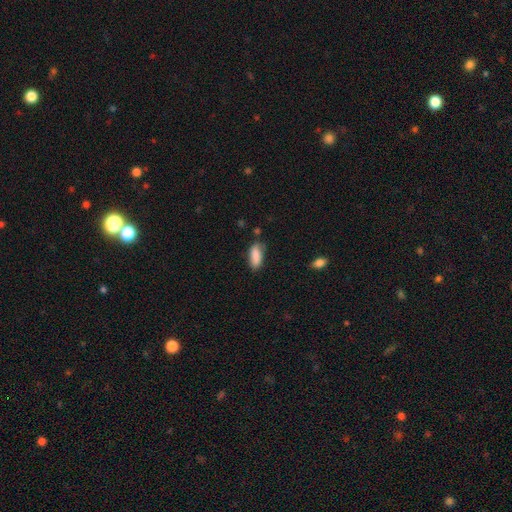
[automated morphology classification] Smooth or featured: smooth — 87% (star or artifact — 7%)
How rounded: in between — 78% (cigar-shaped — 20%)
Merging: none — 71% (minor disturbance — 22%)